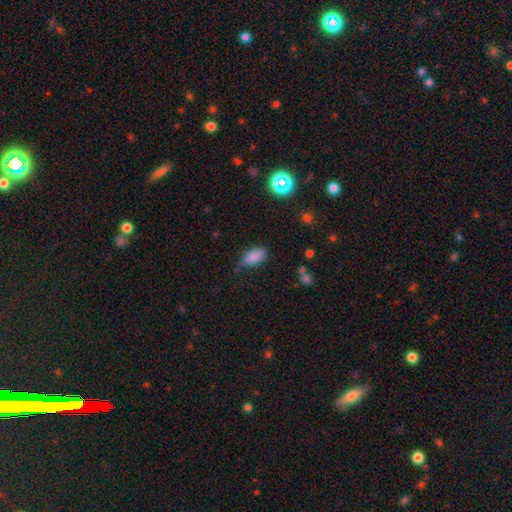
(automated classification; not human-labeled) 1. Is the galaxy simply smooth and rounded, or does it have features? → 82% smooth, 10% star or artifact, 8% featured or disk.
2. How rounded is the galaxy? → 88% in between, 8% cigar-shaped, 4% round.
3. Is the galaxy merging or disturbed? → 55% none, 34% minor disturbance, 8% major disturbance, 2% merger.